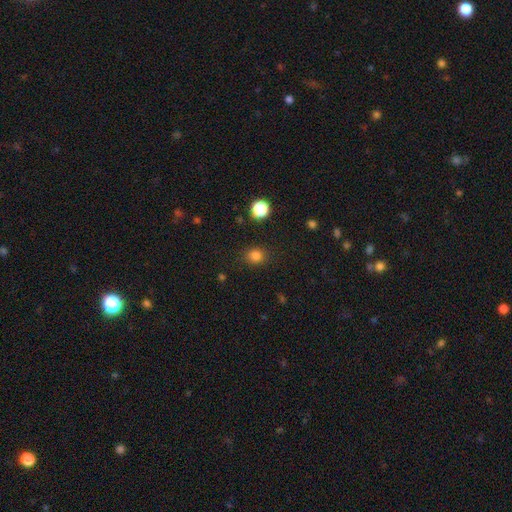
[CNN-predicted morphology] A smooth galaxy with no disk features (82%) that is round (77%).

Vote fractions:
- Smooth or featured? smooth: 82% / star or artifact: 14% / featured or disk: 4%
- How rounded? round: 77% / in between: 22% / cigar-shaped: 1%
- Merging? none: 86% / minor disturbance: 9% / major disturbance: 3% / merger: 1%